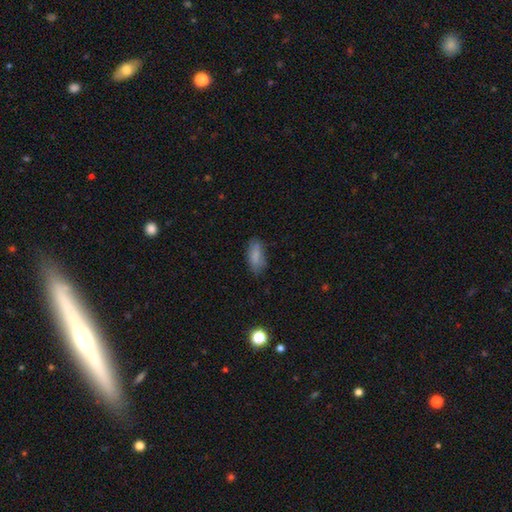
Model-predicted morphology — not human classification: This appears to be a smooth galaxy with no disk features (81%) that is in between round and cigar-shaped (81%). Merging: none (71%).